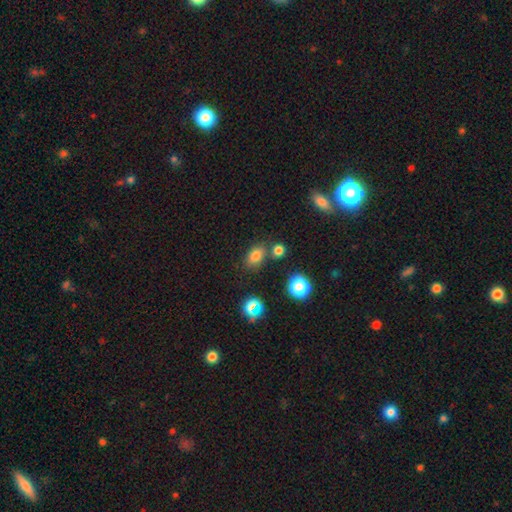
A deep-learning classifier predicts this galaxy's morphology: Smooth or featured: smooth — 75% (star or artifact — 18%)
How rounded: in between — 74% (round — 24%)
Merging: none — 69% (merger — 13%)